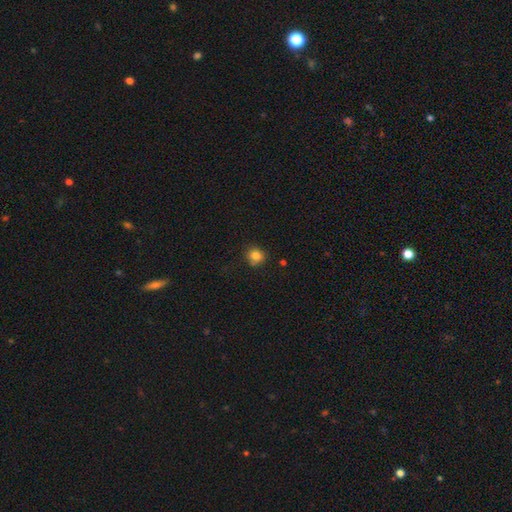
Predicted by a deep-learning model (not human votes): A smooth galaxy with no disk features (83%) that is round (82%).

Vote fractions:
- Smooth or featured? smooth: 83% / star or artifact: 12% / featured or disk: 6%
- How rounded? round: 82% / in between: 17% / cigar-shaped: 1%
- Merging? none: 78% / minor disturbance: 14% / merger: 5% / major disturbance: 3%